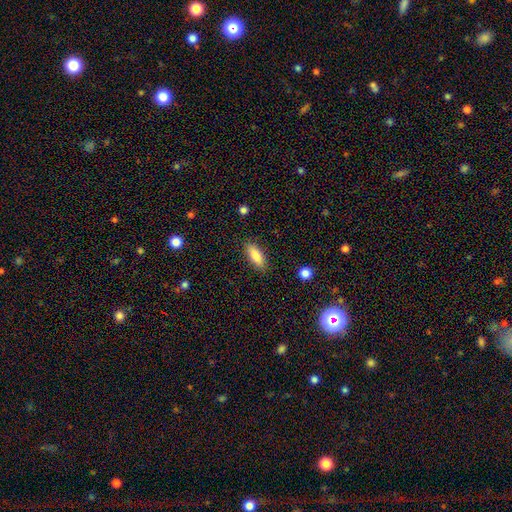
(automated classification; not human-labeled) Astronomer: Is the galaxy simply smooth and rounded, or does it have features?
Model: smooth — 83%.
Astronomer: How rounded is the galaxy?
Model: in between — 68%.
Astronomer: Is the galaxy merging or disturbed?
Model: none — 86%.